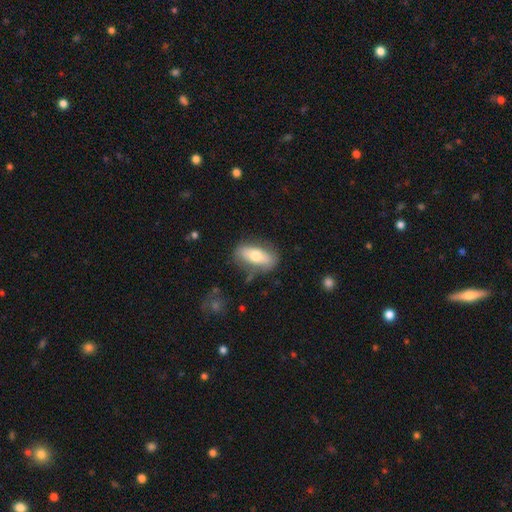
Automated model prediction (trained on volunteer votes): smooth-or-featured: smooth: 62% | featured or disk: 32% | star or artifact: 6%
  how-rounded: in between: 84% | cigar-shaped: 12% | round: 4%
  merging: none: 73% | minor disturbance: 18% | major disturbance: 6% | merger: 3%